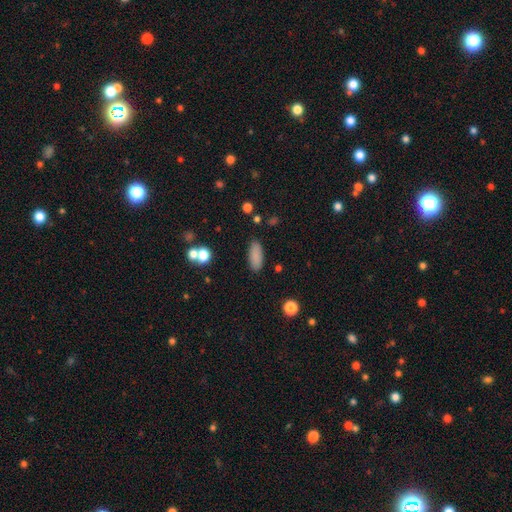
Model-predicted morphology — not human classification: This appears to be a smooth galaxy with no disk features (86%) that is in between round and cigar-shaped (81%). Merging: none (87%).